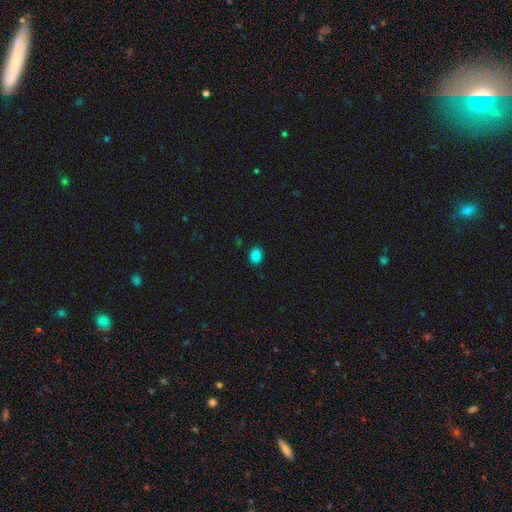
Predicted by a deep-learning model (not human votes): The model was most divided on "how rounded": in between: 59%, round: 40%, cigar-shaped: 1%. More confident: merging — none (88%); smooth or featured — smooth (85%).